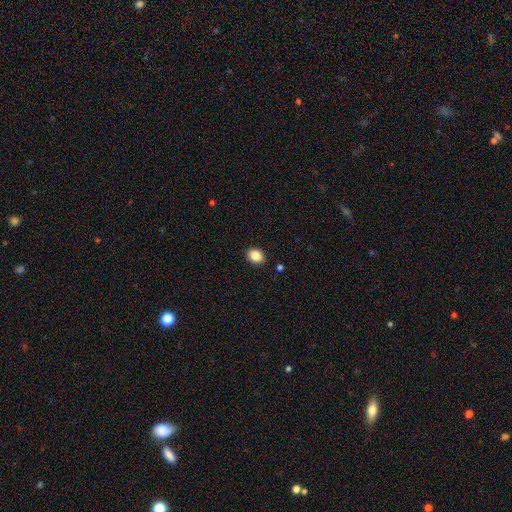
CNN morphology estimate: smooth-or-featured: smooth: 86% | star or artifact: 9% | featured or disk: 5%
  how-rounded: in between: 62% | round: 37% | cigar-shaped: 1%
  merging: none: 90% | minor disturbance: 7% | major disturbance: 2% | merger: 1%